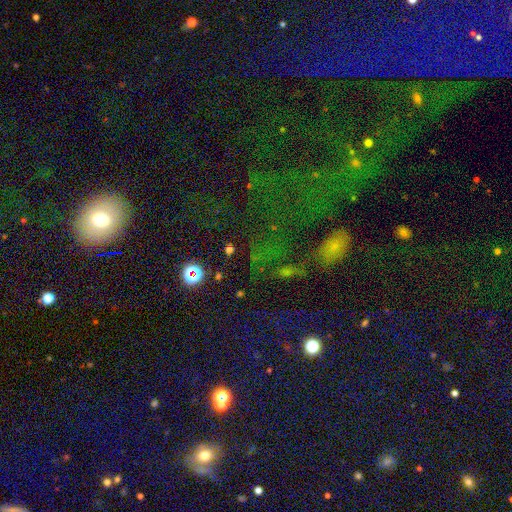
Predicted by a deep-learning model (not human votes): Smooth or featured: star or artifact — 60% (smooth — 26%)